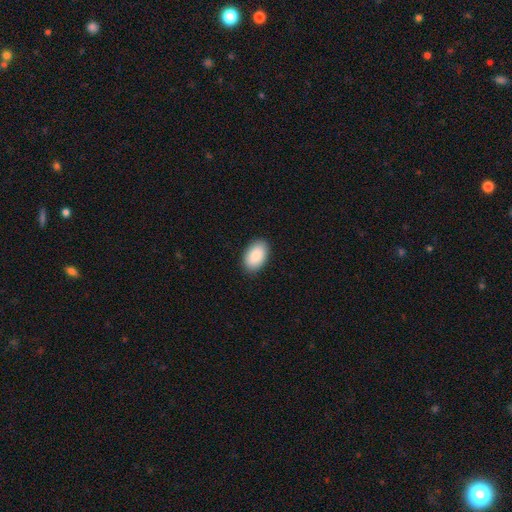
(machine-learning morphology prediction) smooth-or-featured: smooth: 89% | star or artifact: 6% | featured or disk: 5%
  how-rounded: in between: 93% | round: 6% | cigar-shaped: 1%
  merging: none: 89% | minor disturbance: 8% | major disturbance: 2% | merger: 1%